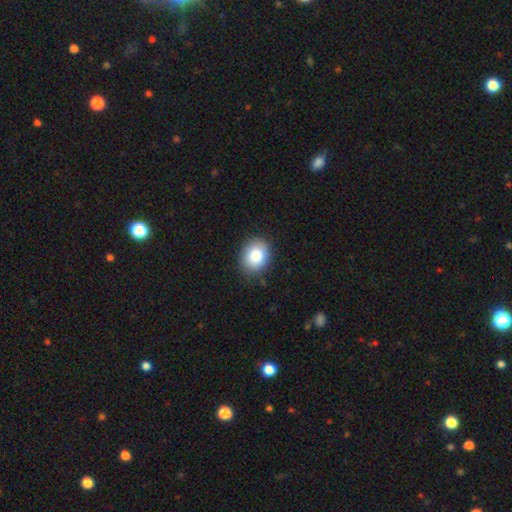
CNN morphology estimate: Smooth or featured: smooth — 84% (star or artifact — 8%)
How rounded: round — 52% (in between — 47%)
Merging: none — 87% (minor disturbance — 10%)